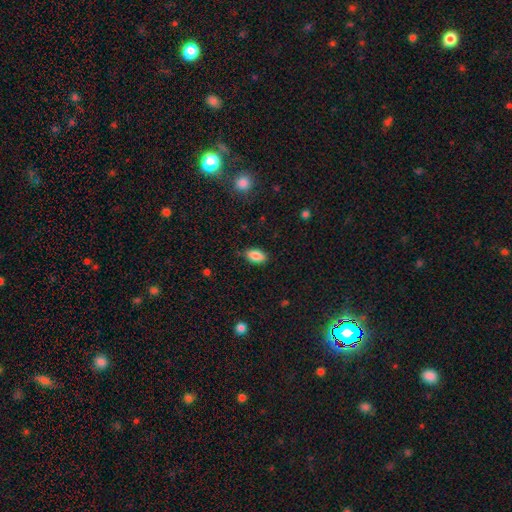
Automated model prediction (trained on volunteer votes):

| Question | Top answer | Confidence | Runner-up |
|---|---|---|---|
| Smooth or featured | smooth | 87% | star or artifact (8%) |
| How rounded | in between | 92% | round (5%) |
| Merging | none | 86% | minor disturbance (11%) |